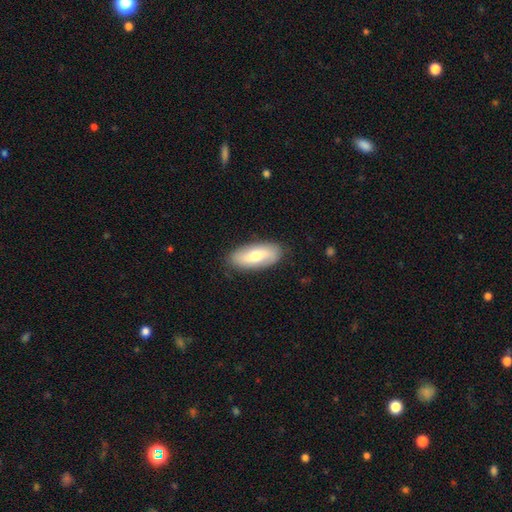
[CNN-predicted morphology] type=smooth (61%); roundness=in between (83%); merging=none (86%).